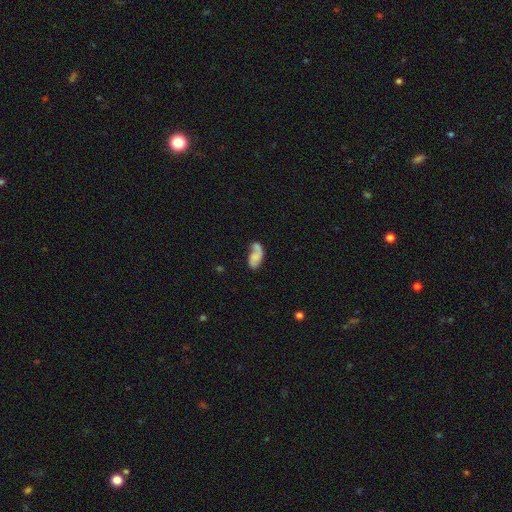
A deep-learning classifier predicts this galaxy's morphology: A smooth galaxy with no disk features (50%) that is in between round and cigar-shaped (88%). Merging: none (35%).